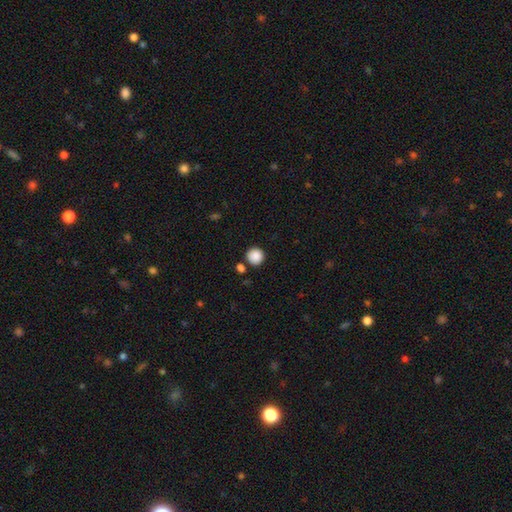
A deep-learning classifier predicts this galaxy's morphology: A smooth galaxy with no disk features (88%) that is round (94%). Merging: none (84%).